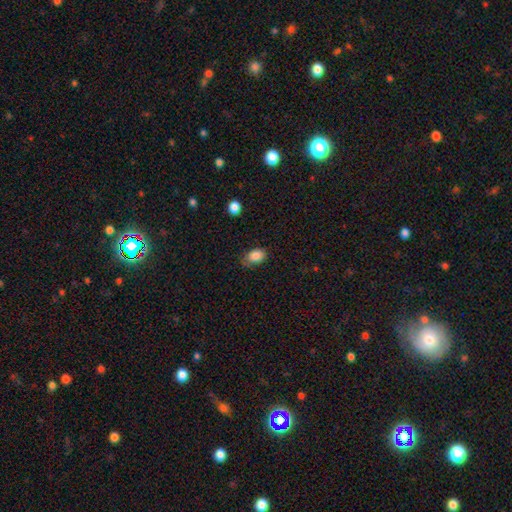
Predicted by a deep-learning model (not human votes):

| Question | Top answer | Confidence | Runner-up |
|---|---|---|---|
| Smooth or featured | smooth | 86% | star or artifact (8%) |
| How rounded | in between | 82% | round (17%) |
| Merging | none | 63% | minor disturbance (29%) |